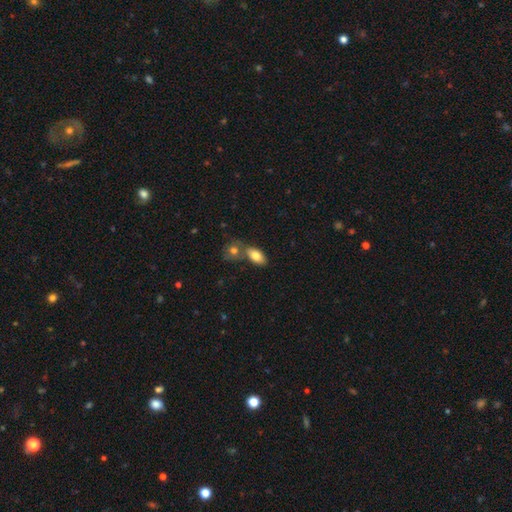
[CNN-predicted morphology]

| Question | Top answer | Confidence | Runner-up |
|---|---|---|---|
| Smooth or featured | smooth | 80% | featured or disk (13%) |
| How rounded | in between | 90% | round (6%) |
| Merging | none | 49% | merger (37%) |